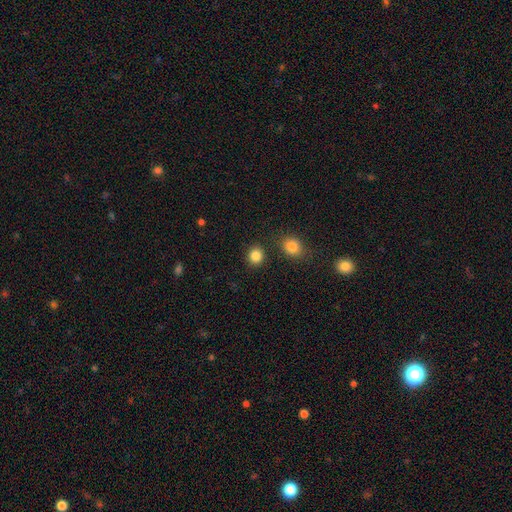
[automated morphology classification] Smooth or featured? Predicted: smooth (p=0.85). How rounded? Predicted: round (p=0.86). Merging? Predicted: none (p=0.86).